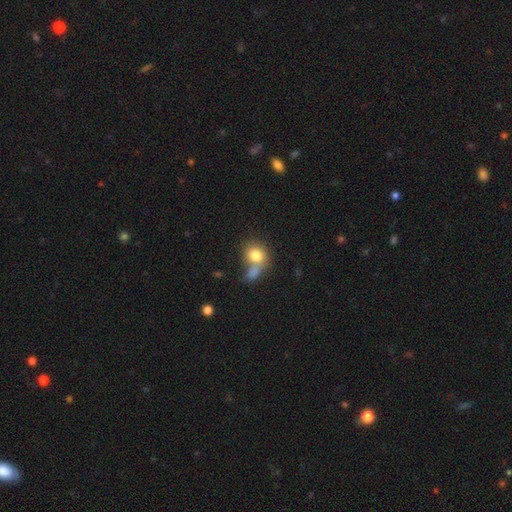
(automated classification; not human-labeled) This appears to be a smooth galaxy with no disk features (79%) that is round (65%). Merging: merger (44%).